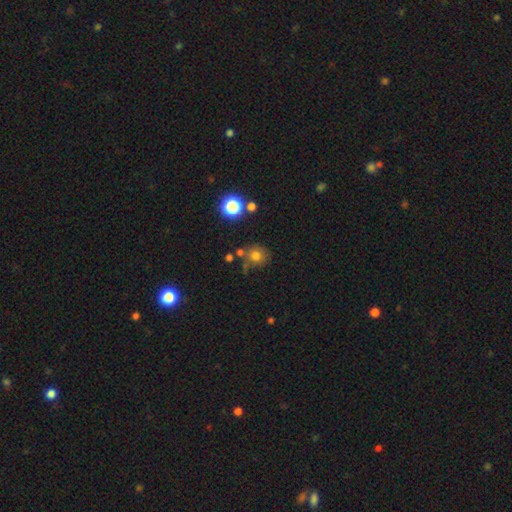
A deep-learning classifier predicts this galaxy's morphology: Smooth or featured: smooth — 73% (star or artifact — 16%)
How rounded: round — 80% (in between — 19%)
Merging: none — 63% (minor disturbance — 18%)